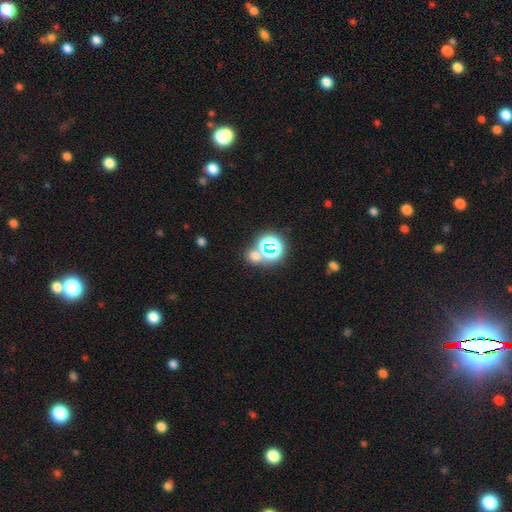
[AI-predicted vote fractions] smooth-or-featured: smooth: 48% | star or artifact: 44% | featured or disk: 8%
  merging: none: 63% | merger: 25% | minor disturbance: 8% | major disturbance: 4%